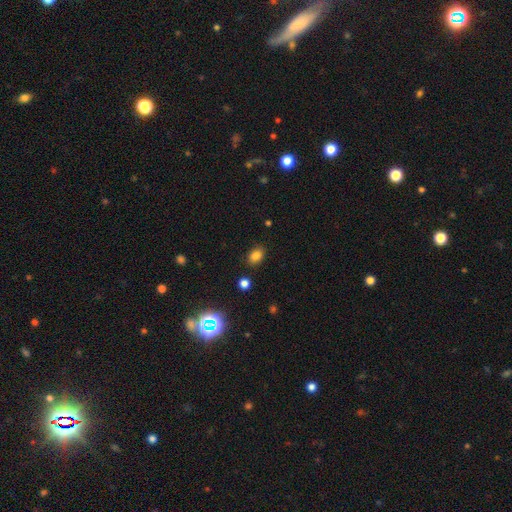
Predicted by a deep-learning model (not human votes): Overall: smooth (81%). How rounded: in between (72%). Merging: none (84%).